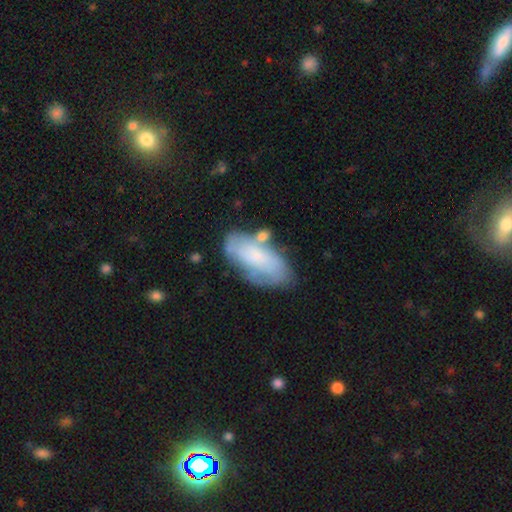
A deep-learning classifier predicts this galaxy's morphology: Smooth or featured: smooth — 50% (featured or disk — 43%)
How rounded: in between — 89% (cigar-shaped — 8%)
Merging: none — 54% (minor disturbance — 23%)